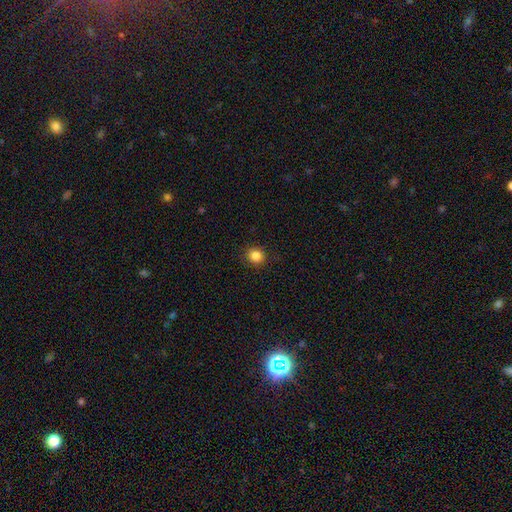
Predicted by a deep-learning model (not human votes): Smooth or featured?
  - smooth: 85% *
  - star or artifact: 11%
  - featured or disk: 4%
How rounded?
  - round: 86% *
  - in between: 13%
  - cigar-shaped: 1%
Merging?
  - none: 90% *
  - minor disturbance: 7%
  - major disturbance: 2%
  - merger: 1%